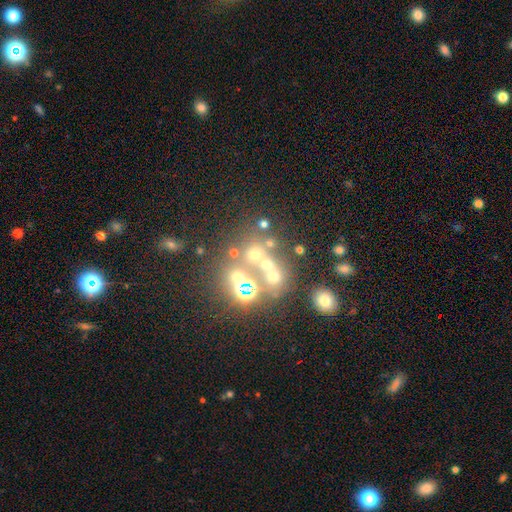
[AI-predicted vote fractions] A star or artifact, not a galaxy (39%).

Vote fractions:
- Smooth or featured? star or artifact: 39% / featured or disk: 34% / smooth: 27%